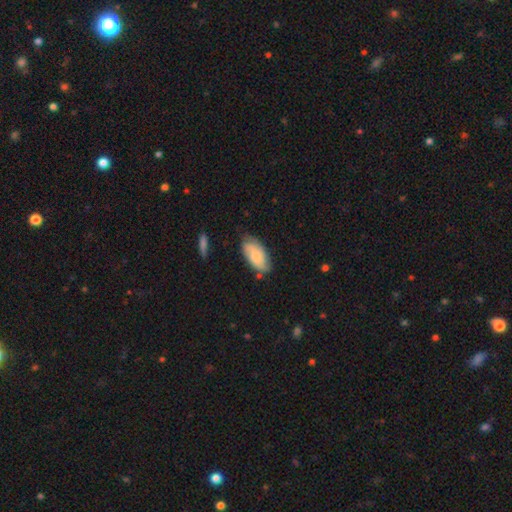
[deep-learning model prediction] A smooth galaxy with no disk features (49%). Merging: none (69%).